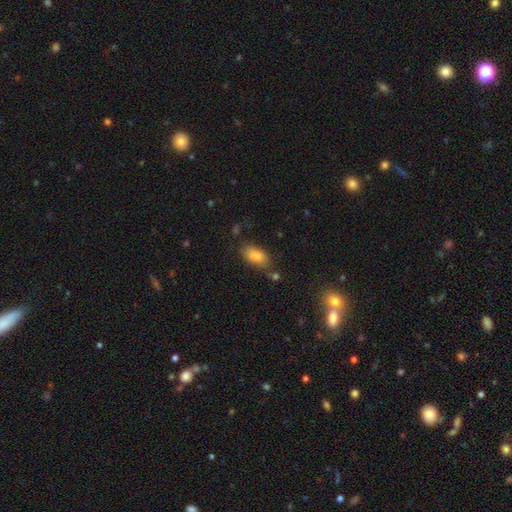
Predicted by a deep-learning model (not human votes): A smooth galaxy with no disk features (82%) that is in between round and cigar-shaped (91%). Merging: none (70%).